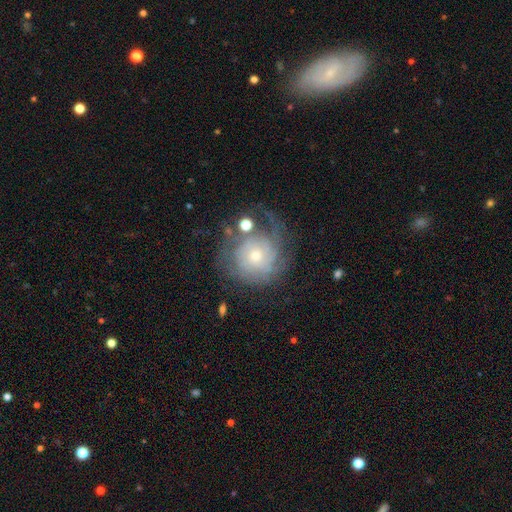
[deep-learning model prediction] This appears to be a featured or disk galaxy (67%) with no bar (81%), tight (64%) spiral arms (83%) and a small central bulge (53%). Merging: none (53%).